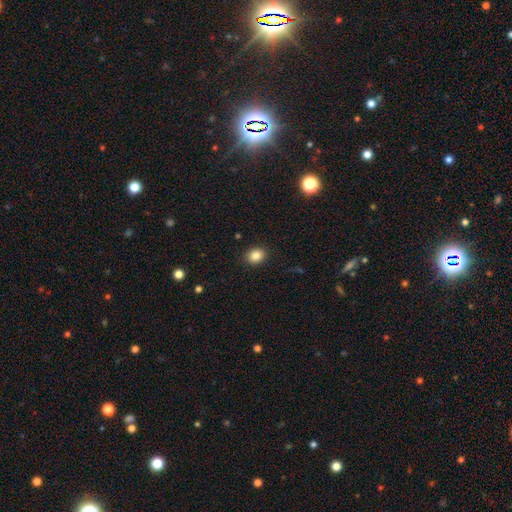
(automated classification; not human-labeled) A smooth galaxy with no disk features (85%) that is round (53%). Merging: none (89%).